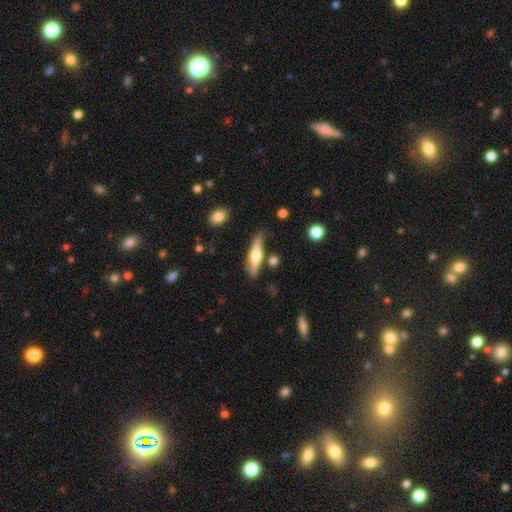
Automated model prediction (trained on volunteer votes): A featured or disk galaxy (54%) viewed edge-on (93%). Merging: none (76%).